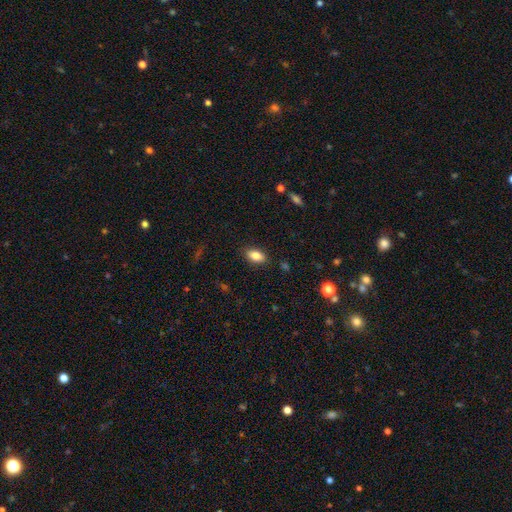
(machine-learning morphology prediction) Smooth or featured? Predicted: smooth (p=0.85). How rounded? Predicted: in between (p=0.90). Merging? Predicted: none (p=0.87).